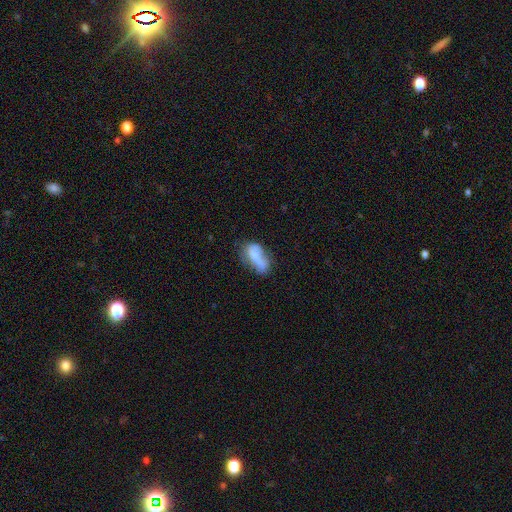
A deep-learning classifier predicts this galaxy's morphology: Smooth or featured: smooth — 66% (featured or disk — 26%)
How rounded: in between — 84% (cigar-shaped — 11%)
Merging: none — 33% (minor disturbance — 30%)